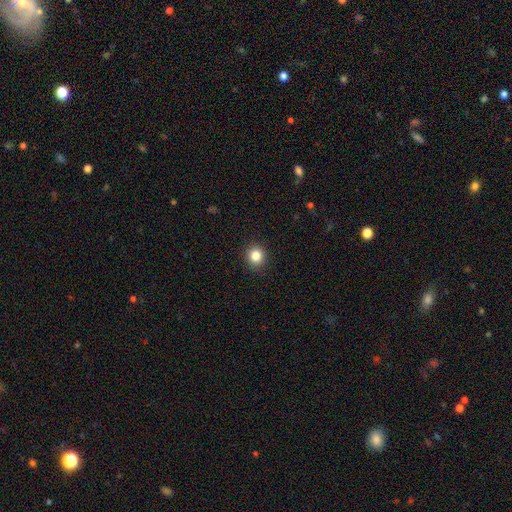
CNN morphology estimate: The model was most divided on "smooth or featured": smooth: 84%, star or artifact: 11%, featured or disk: 5%. More confident: merging — none (92%); how rounded — round (88%).